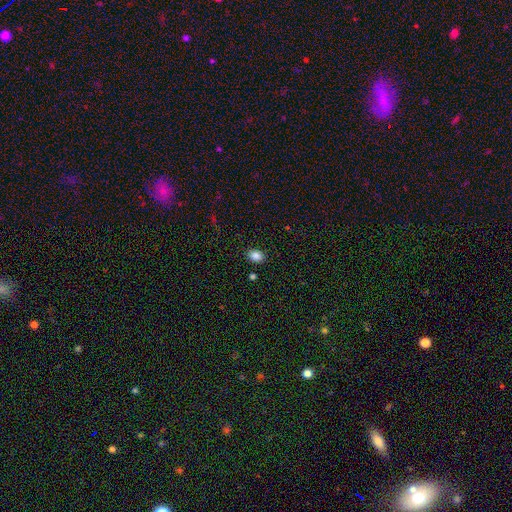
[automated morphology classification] type=smooth (86%); roundness=in between (64%); merging=none (88%).